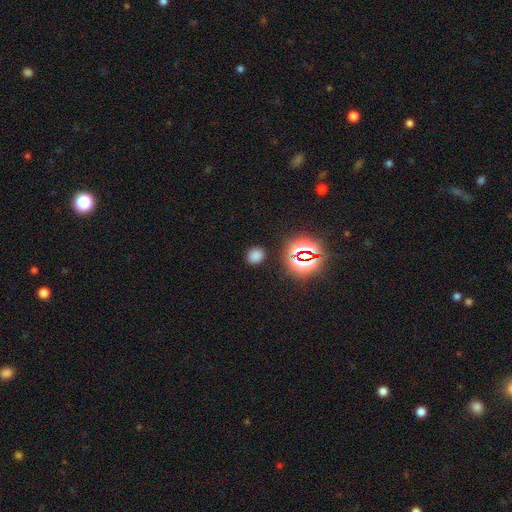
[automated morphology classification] This is likely a smooth galaxy (72%). How rounded: likely round (65%). Merging: clearly none (87%).